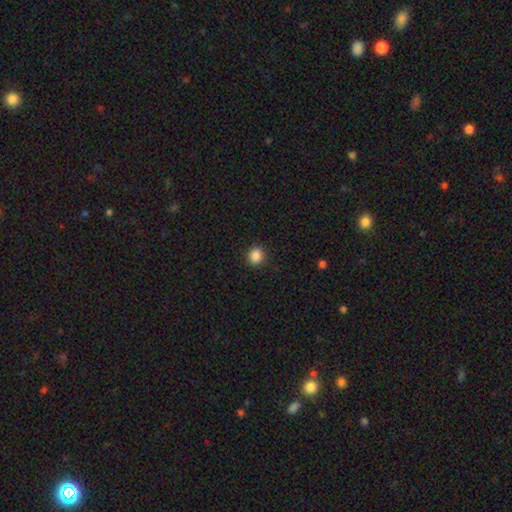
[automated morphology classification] Smooth or featured? Predicted: smooth (p=0.87). How rounded? Predicted: round (p=0.74). Merging? Predicted: none (p=0.90).